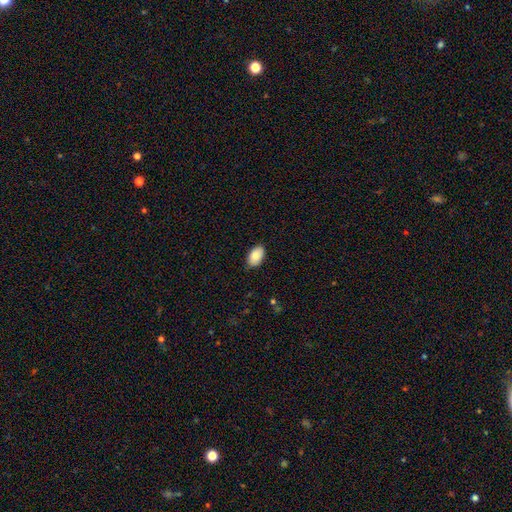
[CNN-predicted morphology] This is clearly a smooth galaxy (87%). How rounded: clearly in between (93%). Merging: clearly none (85%).